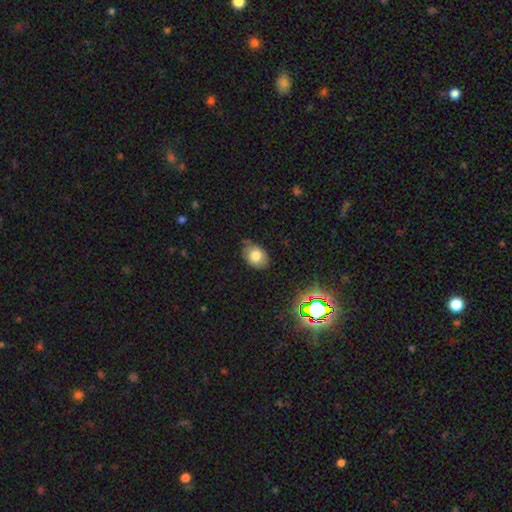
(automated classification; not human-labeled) smooth 79%, featured or disk 11%, star or artifact 10%. Down the decision tree: how rounded — in between (69%); merging — none (73%).